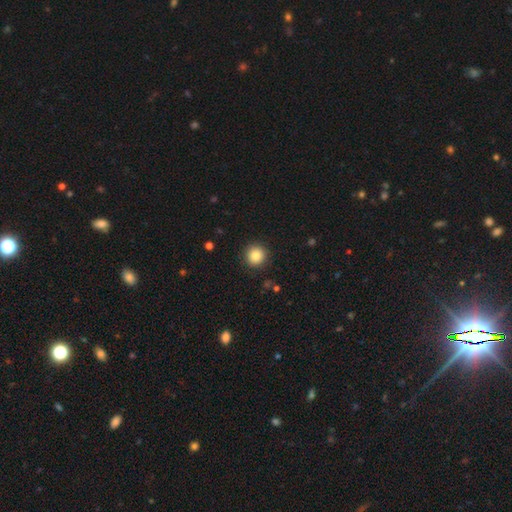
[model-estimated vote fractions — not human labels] Smooth or featured: smooth — 85% (star or artifact — 10%)
How rounded: round — 94% (in between — 5%)
Merging: none — 91% (minor disturbance — 6%)